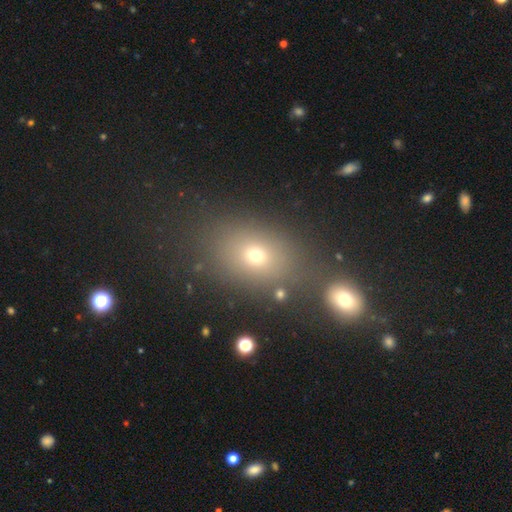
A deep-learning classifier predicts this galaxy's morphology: Smooth or featured? smooth (66%)
How rounded? in between (63%)
Merging? none (71%)